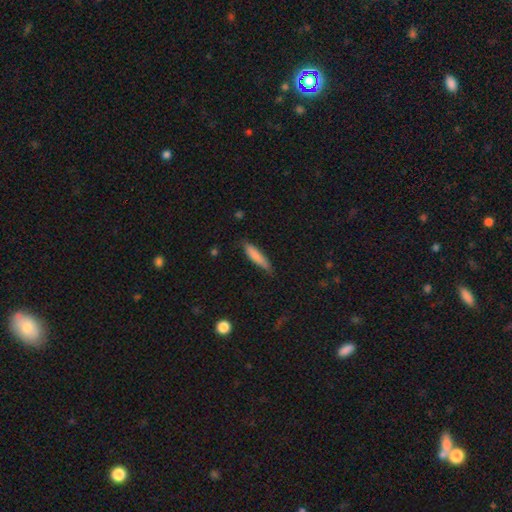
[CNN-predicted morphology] type=smooth (83%); roundness=cigar-shaped (78%); merging=none (71%).